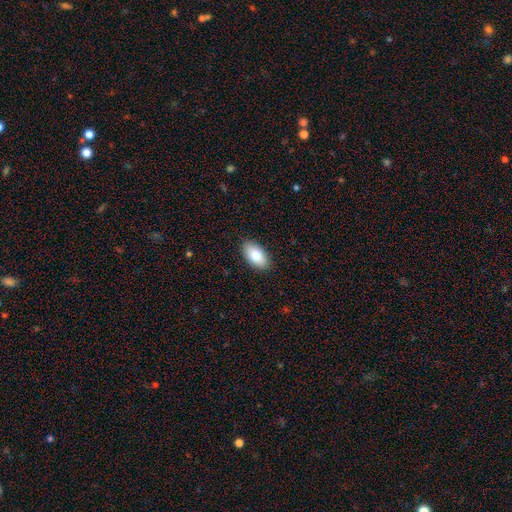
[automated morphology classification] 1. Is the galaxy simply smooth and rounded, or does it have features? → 81% smooth, 12% featured or disk, 7% star or artifact.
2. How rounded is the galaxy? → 95% in between, 4% round, 2% cigar-shaped.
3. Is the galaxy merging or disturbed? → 88% none, 9% minor disturbance, 2% major disturbance, 1% merger.